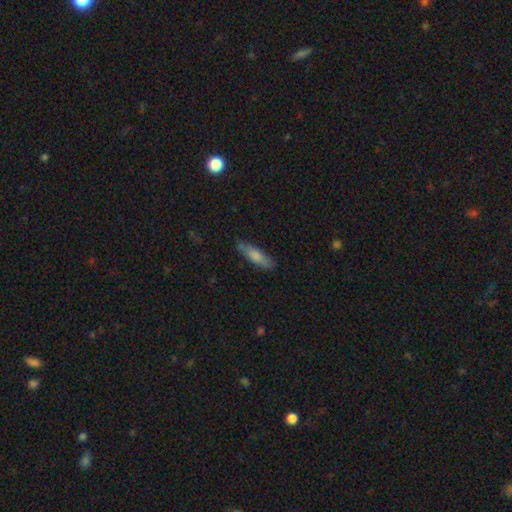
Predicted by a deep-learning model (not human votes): smooth-or-featured: smooth: 76% | featured or disk: 18% | star or artifact: 6%
  how-rounded: cigar-shaped: 68% | in between: 31% | round: 2%
  merging: none: 77% | minor disturbance: 18% | major disturbance: 3% | merger: 2%